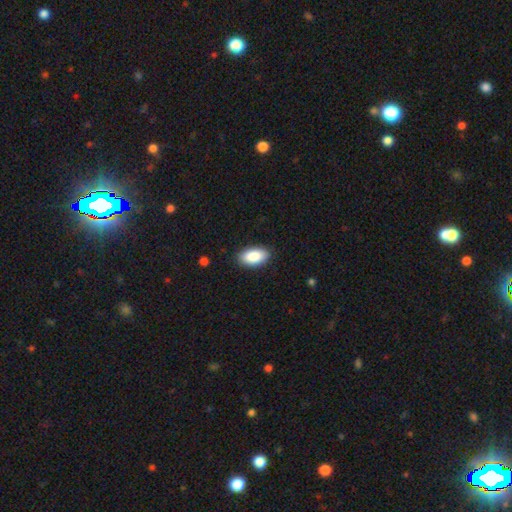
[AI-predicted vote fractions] The model was most divided on "merging": none: 88%, minor disturbance: 9%, major disturbance: 2%, merger: 1%. More confident: how rounded — in between (95%); smooth or featured — smooth (89%).